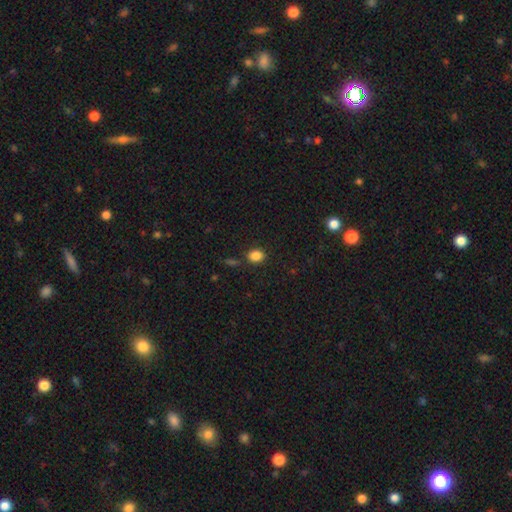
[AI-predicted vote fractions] A smooth galaxy with no disk features (86%) that is in between round and cigar-shaped (54%). Merging: none (82%).